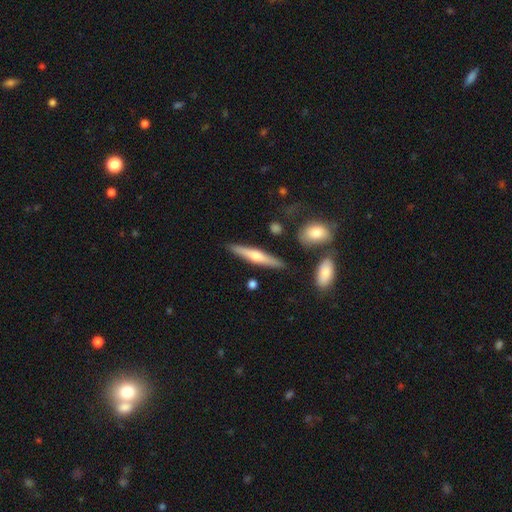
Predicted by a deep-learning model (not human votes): A featured or disk galaxy (54%) viewed edge-on (95%) with a rounded central bulge (87%). Merging: none (86%).